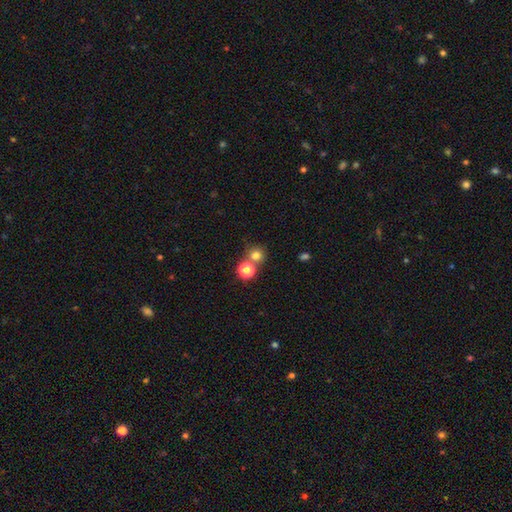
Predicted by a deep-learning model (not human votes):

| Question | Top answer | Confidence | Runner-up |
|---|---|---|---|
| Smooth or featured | smooth | 75% | star or artifact (17%) |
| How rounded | round | 89% | in between (10%) |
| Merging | none | 62% | merger (28%) |